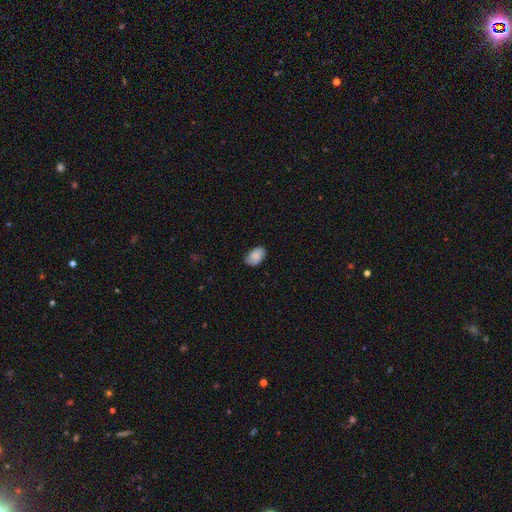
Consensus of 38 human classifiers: smooth 82%, featured or disk 11%, star or artifact 8%. Down the decision tree: how rounded — in between (100%); merging — none (57%).